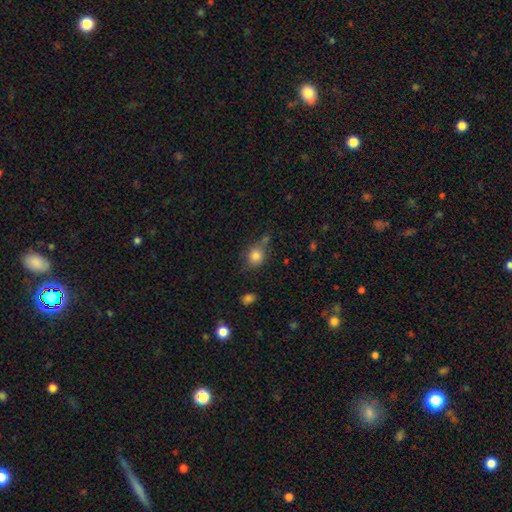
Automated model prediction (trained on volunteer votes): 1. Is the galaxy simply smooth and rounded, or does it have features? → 82% smooth, 11% star or artifact, 8% featured or disk.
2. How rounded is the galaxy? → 72% round, 26% in between, 1% cigar-shaped.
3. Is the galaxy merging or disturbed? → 59% none, 21% minor disturbance, 13% merger, 7% major disturbance.